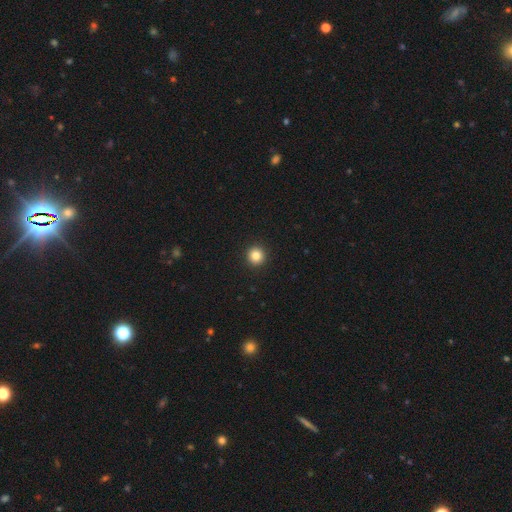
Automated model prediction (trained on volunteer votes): The model was most divided on "smooth or featured": smooth: 83%, star or artifact: 11%, featured or disk: 6%. More confident: how rounded — round (95%); merging — none (94%).